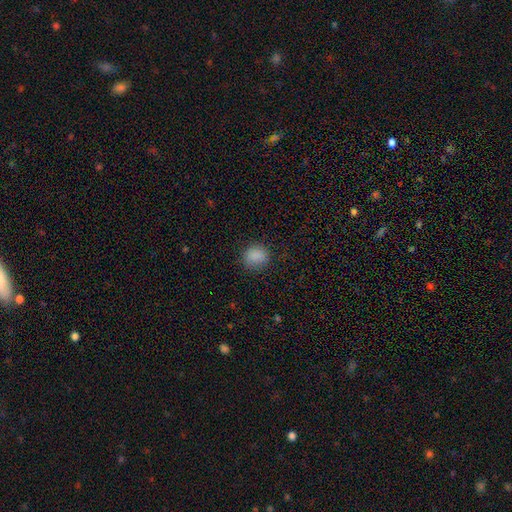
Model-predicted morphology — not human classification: A smooth galaxy with no disk features (87%) that is round (76%). Merging: none (85%).